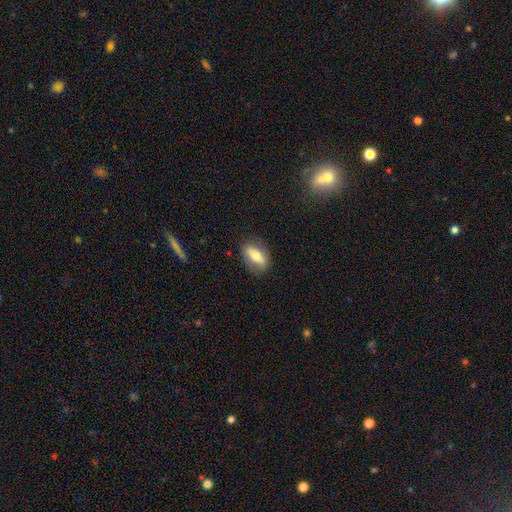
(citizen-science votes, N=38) smooth_or_featured: smooth (p=0.66) [alt: featured or disk p=0.32]
how_rounded: in between (p=0.84) [alt: round p=0.08]
merging: none (p=0.73) [alt: minor disturbance p=0.22]